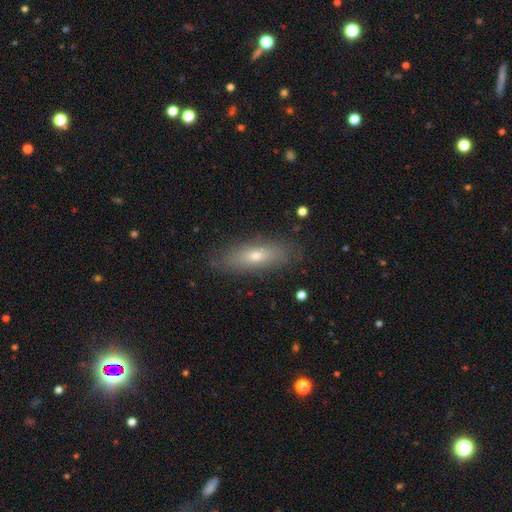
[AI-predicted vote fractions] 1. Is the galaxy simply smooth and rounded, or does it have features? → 59% smooth, 33% featured or disk, 8% star or artifact.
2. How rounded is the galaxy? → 52% in between, 45% cigar-shaped, 3% round.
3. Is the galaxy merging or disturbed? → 83% none, 13% minor disturbance, 3% major disturbance, 1% merger.